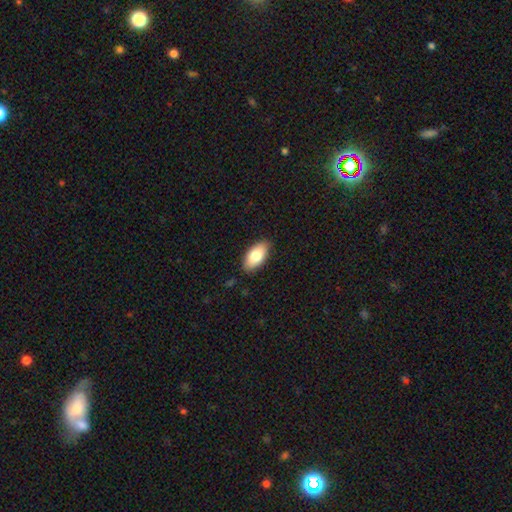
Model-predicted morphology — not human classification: A smooth galaxy with no disk features (81%) that is in between round and cigar-shaped (93%).

Vote fractions:
- Smooth or featured? smooth: 81% / featured or disk: 12% / star or artifact: 6%
- How rounded? in between: 93% / cigar-shaped: 4% / round: 3%
- Merging? none: 86% / minor disturbance: 11% / major disturbance: 2% / merger: 1%